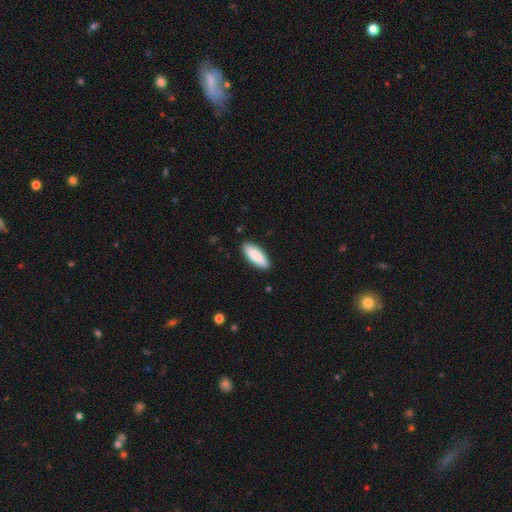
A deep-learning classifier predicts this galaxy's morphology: Smooth or featured? smooth (86%)
How rounded? in between (72%)
Merging? none (89%)